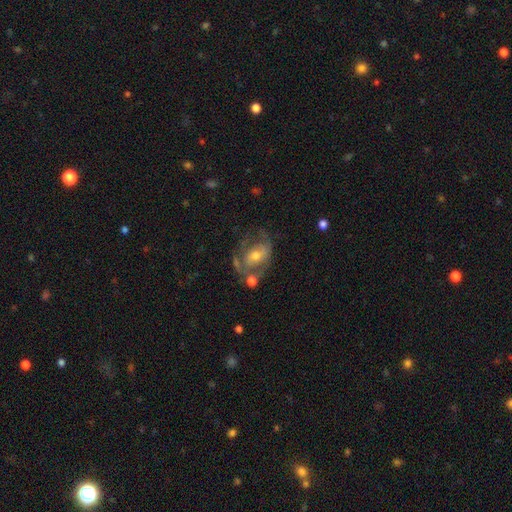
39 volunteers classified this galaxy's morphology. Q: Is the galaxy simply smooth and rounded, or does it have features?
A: featured or disk — 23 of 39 (59%).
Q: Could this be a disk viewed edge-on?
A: no — 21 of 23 (91%).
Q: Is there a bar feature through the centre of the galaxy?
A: no — 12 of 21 (57%).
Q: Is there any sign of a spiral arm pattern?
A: yes — 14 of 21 (67%).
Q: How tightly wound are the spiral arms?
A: tight — 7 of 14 (50%).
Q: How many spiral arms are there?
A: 2 — 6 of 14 (43%, tied with can't tell).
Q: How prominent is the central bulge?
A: small — 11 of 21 (52%).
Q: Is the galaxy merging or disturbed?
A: none — 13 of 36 (36%, tied with major disturbance).